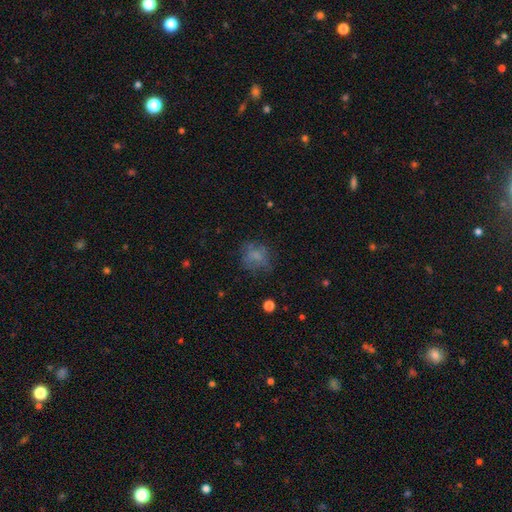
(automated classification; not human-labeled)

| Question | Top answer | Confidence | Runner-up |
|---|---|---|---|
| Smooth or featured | smooth | 60% | featured or disk (24%) |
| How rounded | round | 66% | in between (32%) |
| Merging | none | 57% | minor disturbance (21%) |